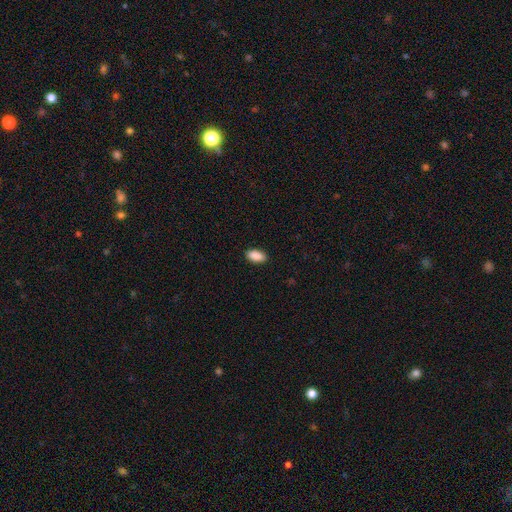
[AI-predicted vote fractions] Smooth or featured? smooth (90%)
How rounded? in between (94%)
Merging? none (89%)